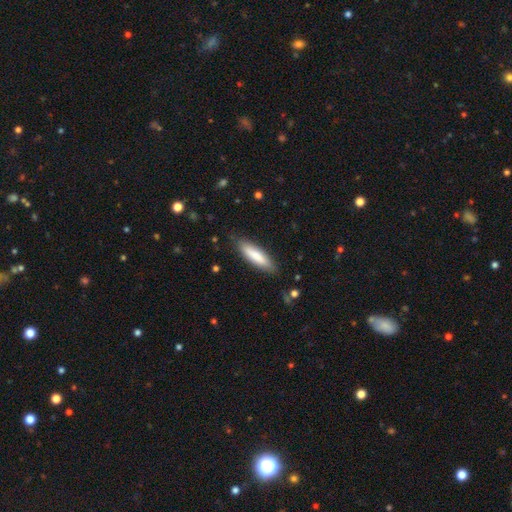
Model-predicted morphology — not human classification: smooth 81%, featured or disk 14%, star or artifact 5%. Down the decision tree: how rounded — cigar-shaped (66%); merging — none (86%).